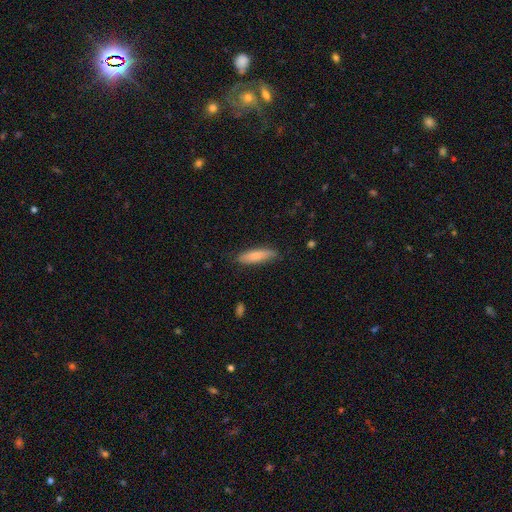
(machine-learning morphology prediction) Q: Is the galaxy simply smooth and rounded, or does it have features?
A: smooth — 83%.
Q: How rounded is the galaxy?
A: cigar-shaped — 69%.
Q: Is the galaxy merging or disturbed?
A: none — 82%.